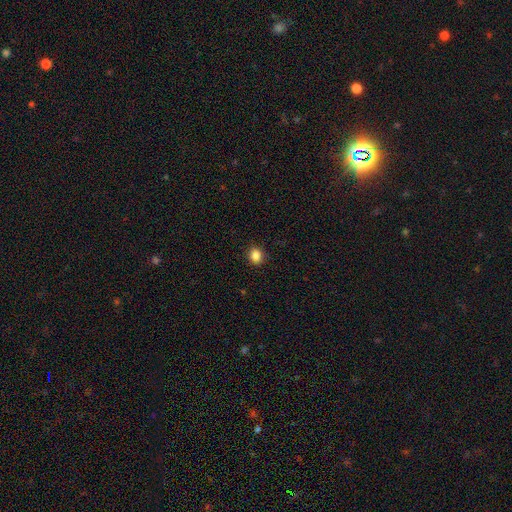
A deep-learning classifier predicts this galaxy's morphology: Smooth or featured?
  - smooth: 86% *
  - star or artifact: 11%
  - featured or disk: 4%
How rounded?
  - round: 61% *
  - in between: 38%
  - cigar-shaped: 1%
Merging?
  - none: 90% *
  - minor disturbance: 7%
  - major disturbance: 2%
  - merger: 1%